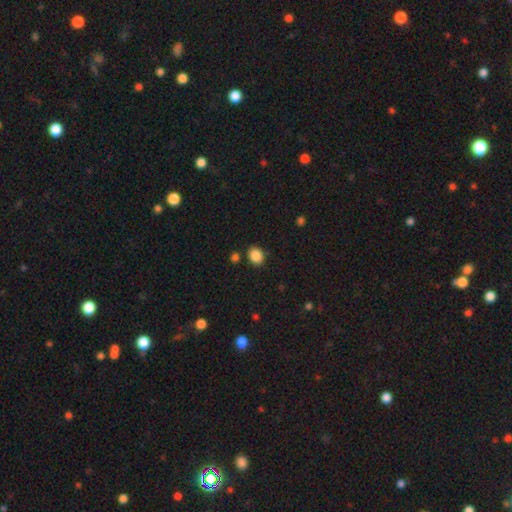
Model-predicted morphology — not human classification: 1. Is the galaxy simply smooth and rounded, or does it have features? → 87% smooth, 9% star or artifact, 4% featured or disk.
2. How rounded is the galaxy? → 54% round, 45% in between, 1% cigar-shaped.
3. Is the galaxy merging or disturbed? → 83% none, 10% minor disturbance, 4% merger, 3% major disturbance.